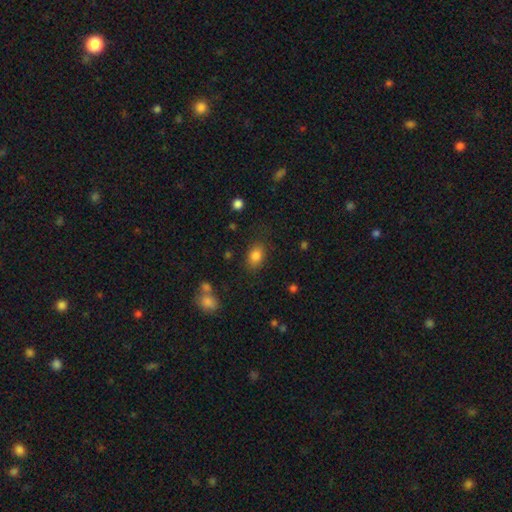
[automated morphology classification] This is clearly a smooth galaxy (83%). How rounded: likely in between (74%). Merging: likely none (79%).